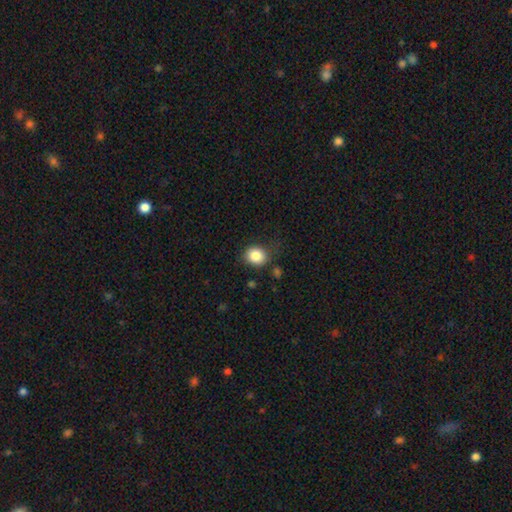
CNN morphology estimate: smooth 85%, star or artifact 10%, featured or disk 5%. Down the decision tree: how rounded — round (68%); merging — none (78%).